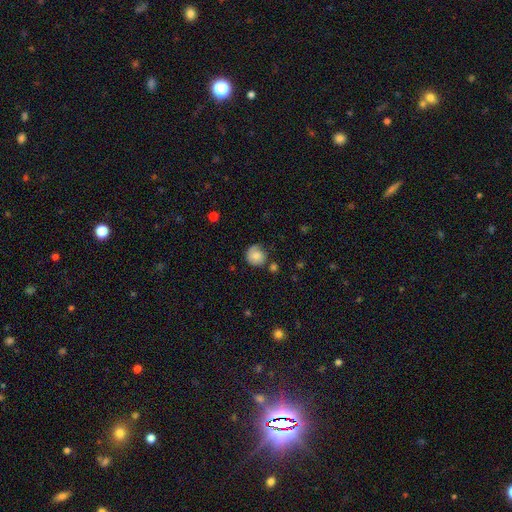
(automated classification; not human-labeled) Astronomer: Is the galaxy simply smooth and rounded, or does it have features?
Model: smooth — 73%.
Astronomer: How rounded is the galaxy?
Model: round — 86%.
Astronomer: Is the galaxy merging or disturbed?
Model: none — 63%.